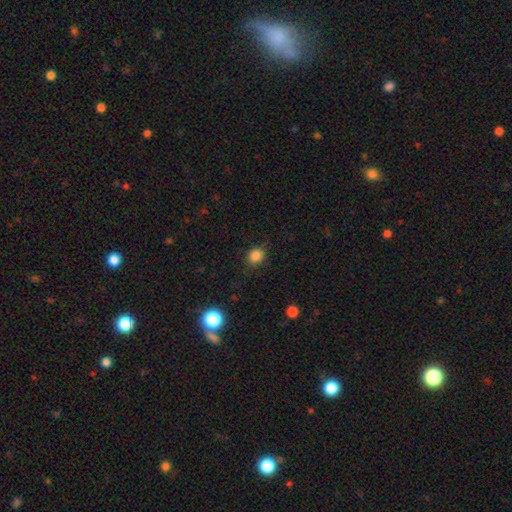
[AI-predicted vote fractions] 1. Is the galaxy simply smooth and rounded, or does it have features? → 84% smooth, 12% star or artifact, 4% featured or disk.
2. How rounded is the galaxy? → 68% round, 31% in between, 1% cigar-shaped.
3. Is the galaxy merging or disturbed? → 82% none, 13% minor disturbance, 4% major disturbance, 1% merger.